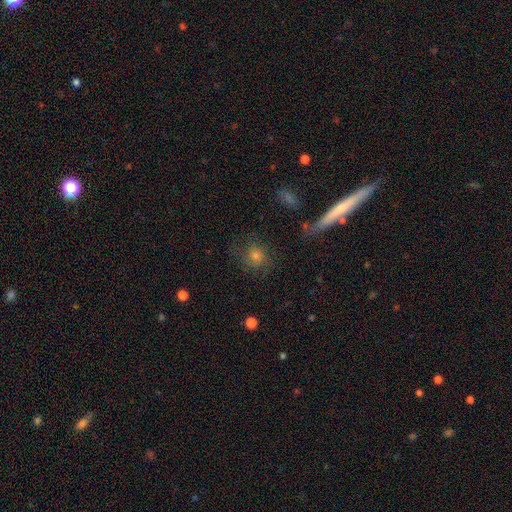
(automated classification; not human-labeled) Smooth or featured?
  - smooth: 55% *
  - featured or disk: 28%
  - star or artifact: 17%
How rounded?
  - round: 73% *
  - in between: 19%
  - cigar-shaped: 7%
Merging?
  - none: 74% *
  - minor disturbance: 14%
  - major disturbance: 9%
  - merger: 4%